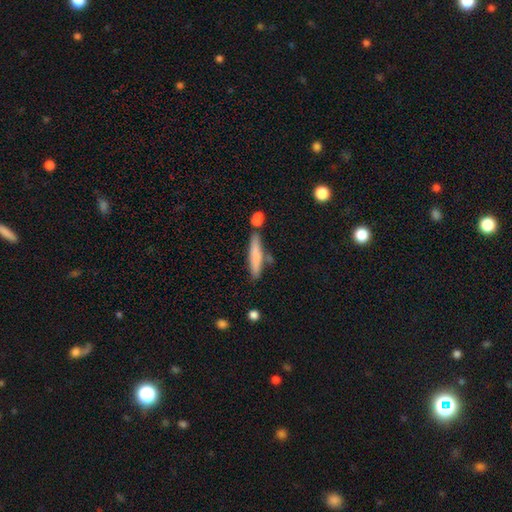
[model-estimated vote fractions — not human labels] The model was most divided on "smooth or featured": smooth: 73%, featured or disk: 20%, star or artifact: 6%. More confident: how rounded — cigar-shaped (88%); merging — none (68%).